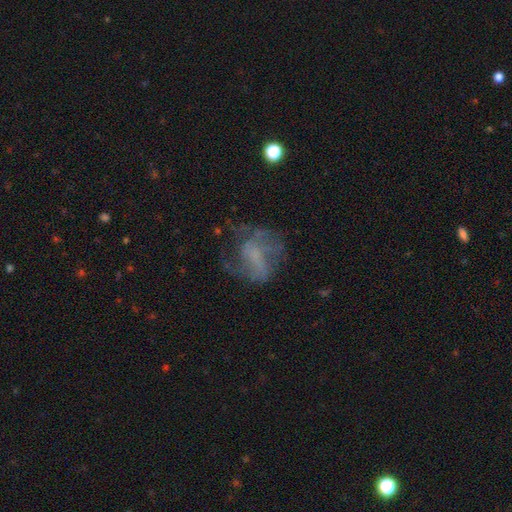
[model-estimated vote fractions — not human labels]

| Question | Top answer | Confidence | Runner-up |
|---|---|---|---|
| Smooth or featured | featured or disk | 59% | smooth (26%) |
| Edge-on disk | no | 97% | yes (3%) |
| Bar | no | 56% | weak (31%) |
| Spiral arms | yes | 59% | no (41%) |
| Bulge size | none | 61% | small (20%) |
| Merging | none | 46% | major disturbance (31%) |